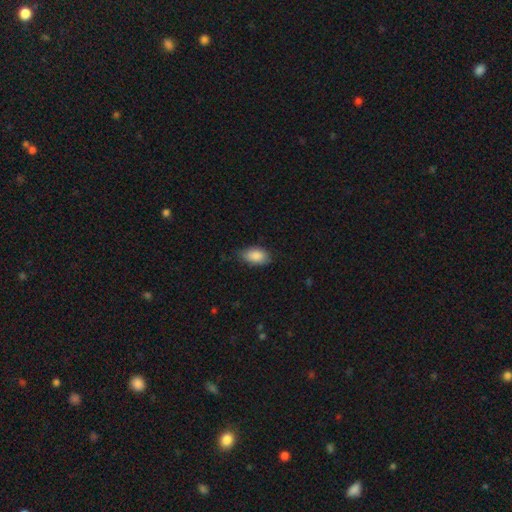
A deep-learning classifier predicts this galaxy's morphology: smooth-or-featured: smooth: 88% | star or artifact: 6% | featured or disk: 6%
  how-rounded: in between: 92% | round: 5% | cigar-shaped: 3%
  merging: none: 72% | minor disturbance: 23% | major disturbance: 4% | merger: 1%